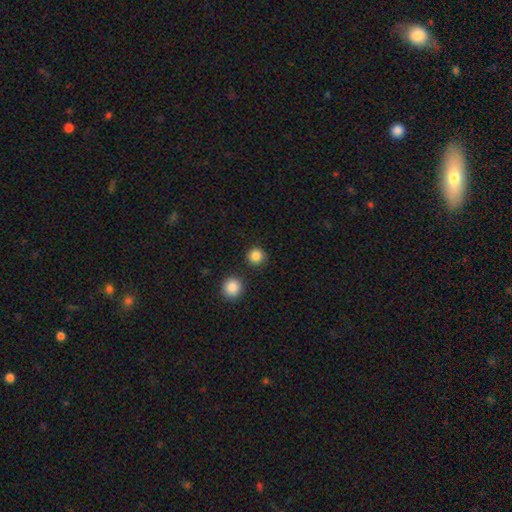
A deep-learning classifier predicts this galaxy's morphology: smooth_or_featured: smooth (p=0.86) [alt: star or artifact p=0.10]
how_rounded: round (p=0.93) [alt: in between p=0.06]
merging: none (p=0.86) [alt: minor disturbance p=0.07]